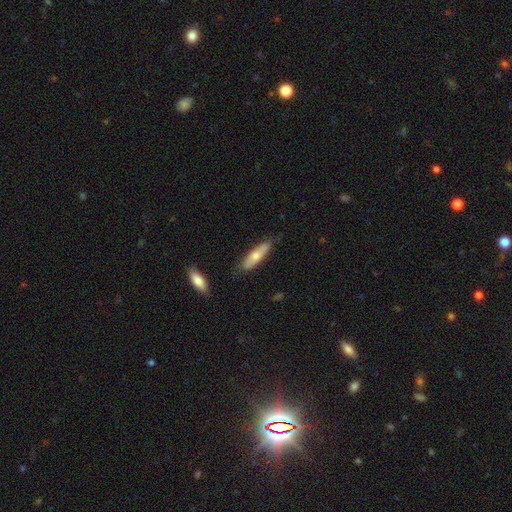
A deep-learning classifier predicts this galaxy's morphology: This appears to be a smooth galaxy with no disk features (55%) that is cigar-shaped (68%). Merging: none (79%).